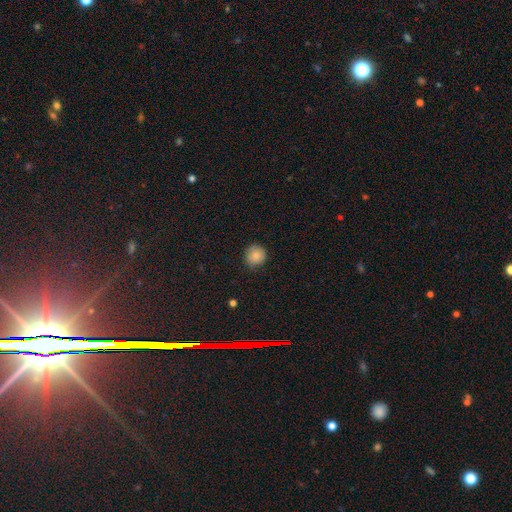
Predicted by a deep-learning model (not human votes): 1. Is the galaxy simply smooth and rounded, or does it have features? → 85% smooth, 9% star or artifact, 6% featured or disk.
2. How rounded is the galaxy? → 92% round, 7% in between, 1% cigar-shaped.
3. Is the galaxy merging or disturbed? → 83% none, 14% minor disturbance, 2% major disturbance, 1% merger.